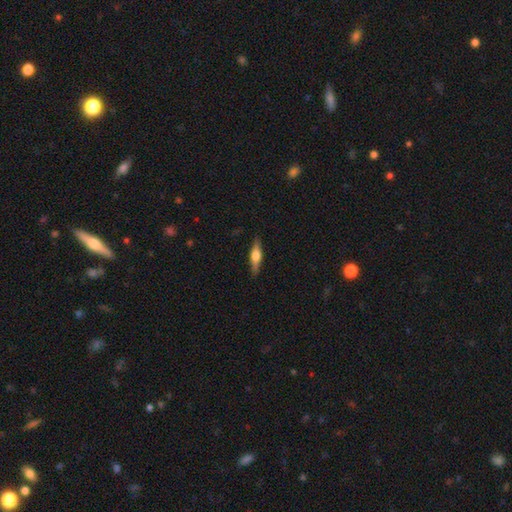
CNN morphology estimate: smooth_or_featured: featured or disk (p=0.52) [alt: smooth p=0.43]
disk_edge_on: yes (p=0.94) [alt: no p=0.06]
merging: none (p=0.88) [alt: minor disturbance p=0.09]